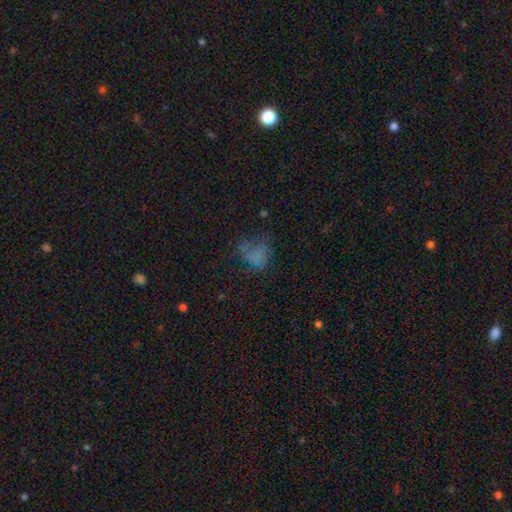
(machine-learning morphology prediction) The model was most divided on "merging": none: 41%, major disturbance: 33%, minor disturbance: 23%, merger: 3%. More confident: how rounded — in between (54%); smooth or featured — smooth (53%).